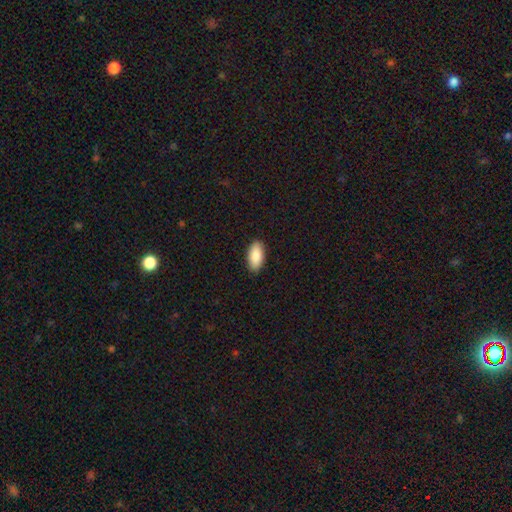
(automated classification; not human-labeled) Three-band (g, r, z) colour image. It shows a smooth galaxy with no disk features (87%) that is in between round and cigar-shaped (92%). Merging: none (90%).